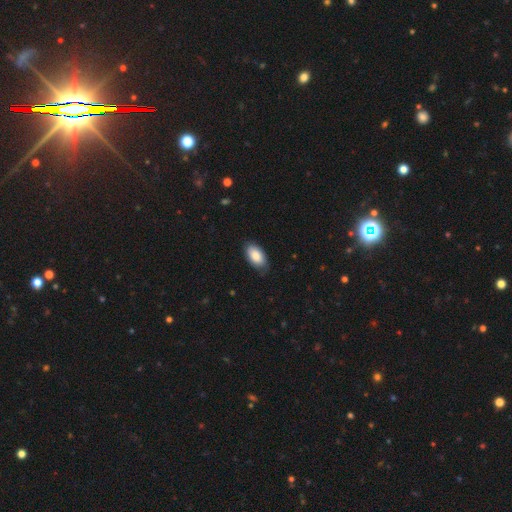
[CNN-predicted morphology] smooth_or_featured: smooth (p=0.85) [alt: featured or disk p=0.09]
how_rounded: in between (p=0.95) [alt: round p=0.03]
merging: none (p=0.78) [alt: minor disturbance p=0.18]